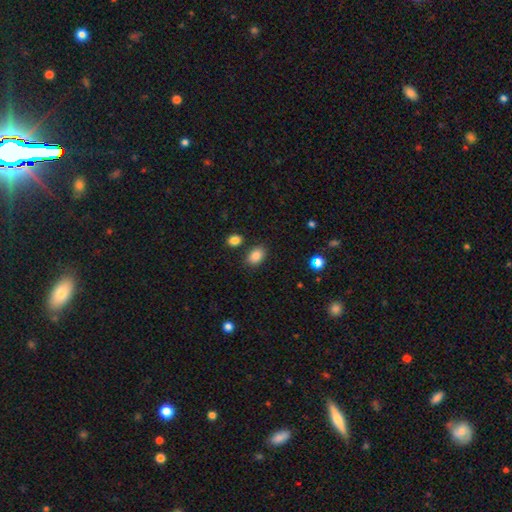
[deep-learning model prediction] A smooth galaxy with no disk features (87%) that is in between round and cigar-shaped (82%).

Vote fractions:
- Smooth or featured? smooth: 87% / star or artifact: 9% / featured or disk: 4%
- How rounded? in between: 82% / round: 17% / cigar-shaped: 1%
- Merging? none: 80% / minor disturbance: 11% / merger: 5% / major disturbance: 3%